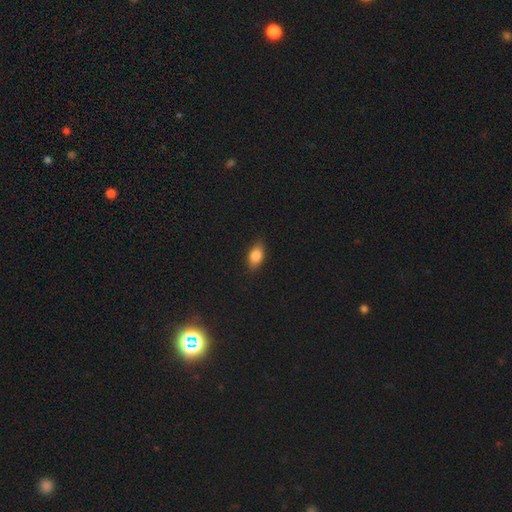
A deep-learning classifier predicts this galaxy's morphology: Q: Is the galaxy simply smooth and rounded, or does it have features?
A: smooth — 83%.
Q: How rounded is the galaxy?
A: in between — 87%.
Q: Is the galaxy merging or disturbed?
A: none — 86%.